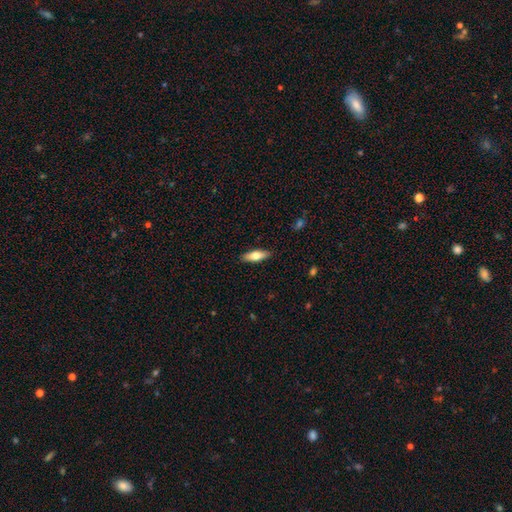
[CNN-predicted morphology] The model was most divided on "how rounded": in between: 58%, cigar-shaped: 40%, round: 2%. More confident: merging — none (89%); smooth or featured — smooth (70%).